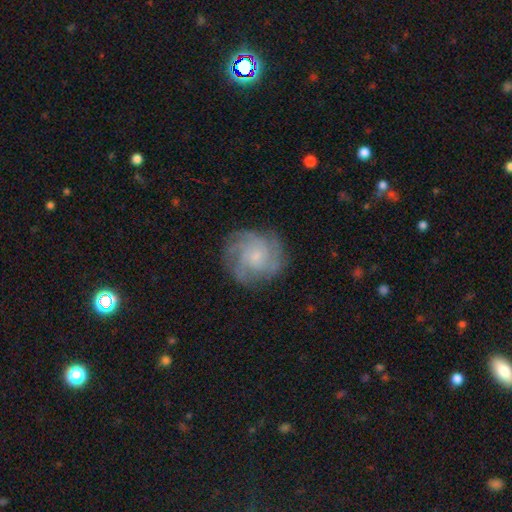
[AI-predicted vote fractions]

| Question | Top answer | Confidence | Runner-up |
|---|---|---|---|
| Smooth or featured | featured or disk | 70% | smooth (21%) |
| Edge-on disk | no | 98% | yes (2%) |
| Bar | no | 71% | weak (26%) |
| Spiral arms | yes | 93% | no (7%) |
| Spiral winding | tight | 53% | medium (36%) |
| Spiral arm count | can't tell | 31% | 4 (28%) |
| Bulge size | small | 59% | moderate (27%) |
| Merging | none | 78% | minor disturbance (15%) |